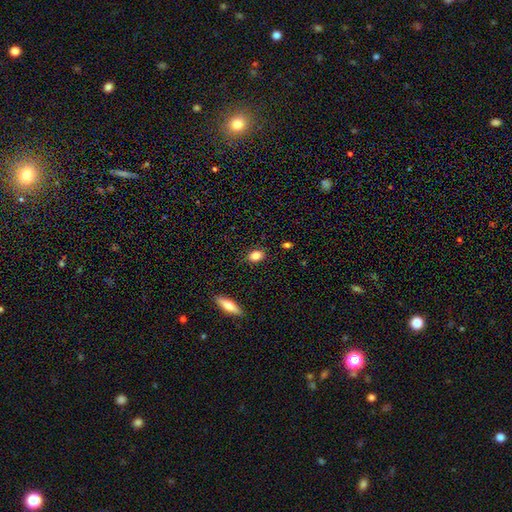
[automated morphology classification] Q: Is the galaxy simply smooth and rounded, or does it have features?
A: smooth — 84%.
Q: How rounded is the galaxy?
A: in between — 77%.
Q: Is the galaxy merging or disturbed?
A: none — 86%.